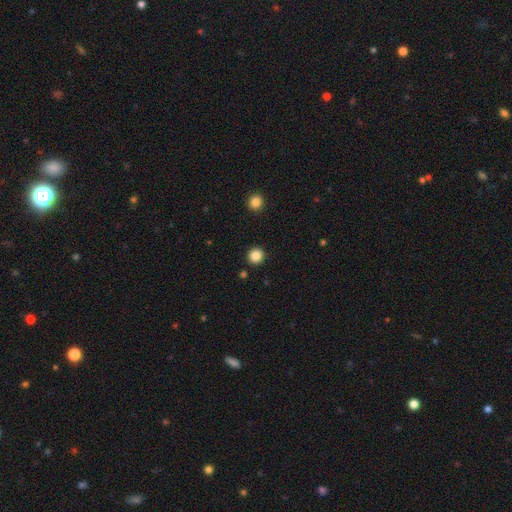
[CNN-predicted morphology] Overall: smooth (86%). How rounded: round (93%). Merging: none (92%).